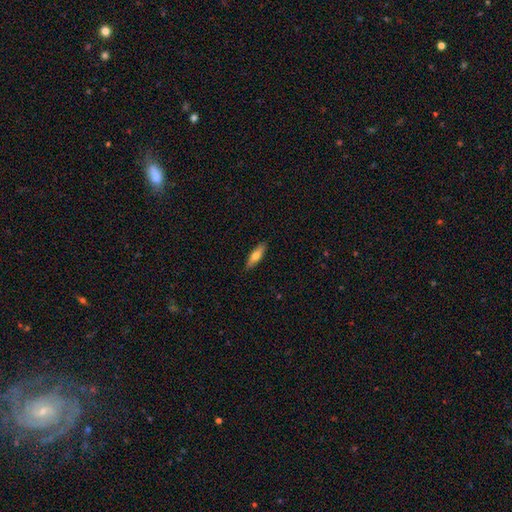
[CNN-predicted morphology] smooth 65%, featured or disk 29%, star or artifact 6%. Down the decision tree: how rounded — cigar-shaped (61%); merging — none (89%).